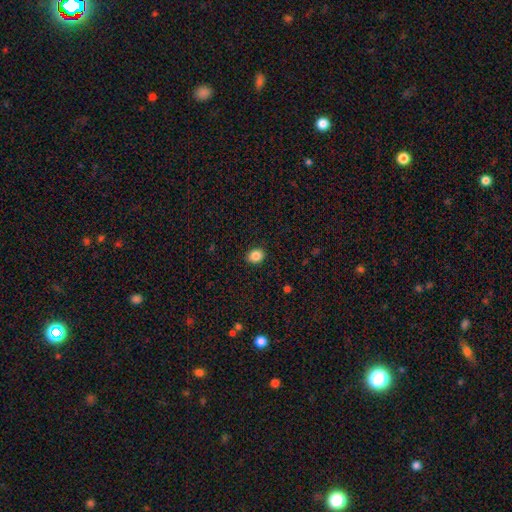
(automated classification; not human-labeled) Morphology: type=smooth (86%); roundness=round (52%); merging=none (90%).